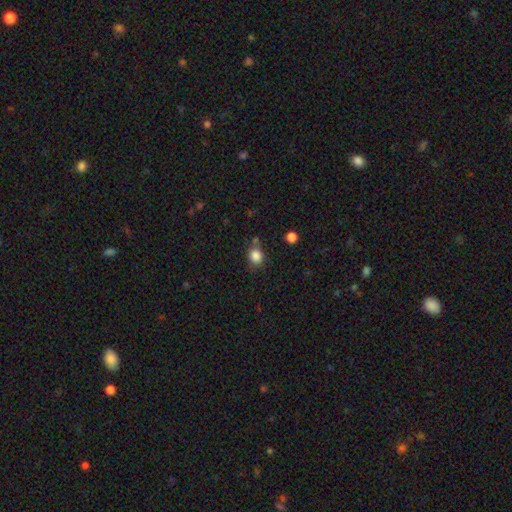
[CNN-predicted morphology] This appears to be a smooth galaxy with no disk features (85%) that is round (71%). Merging: none (68%).